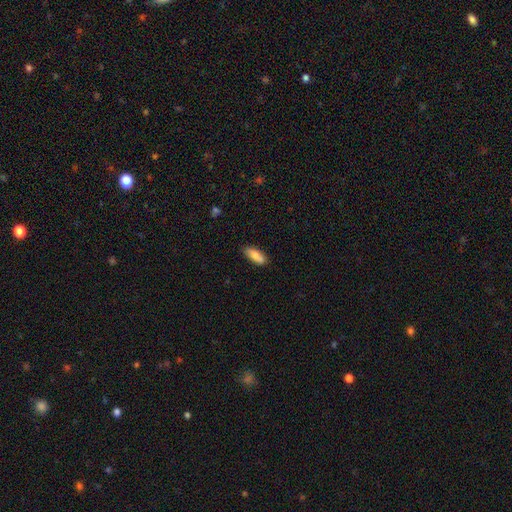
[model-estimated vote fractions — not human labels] A smooth galaxy with no disk features (83%) that is in between round and cigar-shaped (70%).

Vote fractions:
- Smooth or featured? smooth: 83% / featured or disk: 10% / star or artifact: 6%
- How rounded? in between: 70% / cigar-shaped: 28% / round: 2%
- Merging? none: 79% / minor disturbance: 16% / major disturbance: 3% / merger: 2%